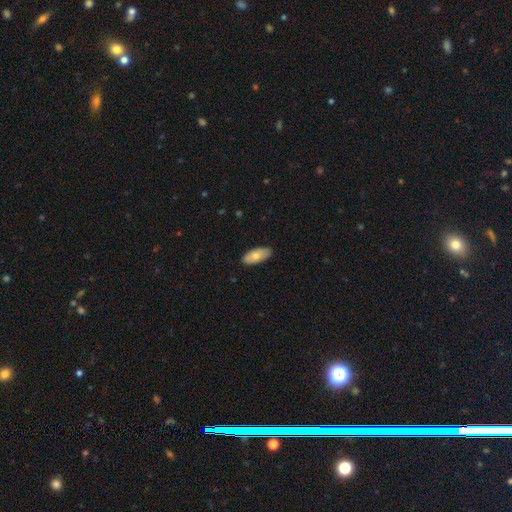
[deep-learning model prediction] Smooth or featured: smooth — 70% (featured or disk — 24%)
How rounded: in between — 89% (cigar-shaped — 9%)
Merging: none — 85% (minor disturbance — 12%)